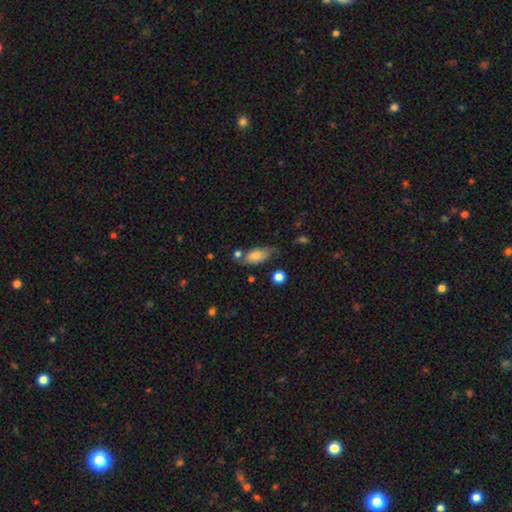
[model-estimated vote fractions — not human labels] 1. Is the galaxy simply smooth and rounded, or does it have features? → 73% smooth, 19% featured or disk, 8% star or artifact.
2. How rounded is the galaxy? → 87% in between, 9% cigar-shaped, 5% round.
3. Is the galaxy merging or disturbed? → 52% none, 28% minor disturbance, 11% merger, 9% major disturbance.